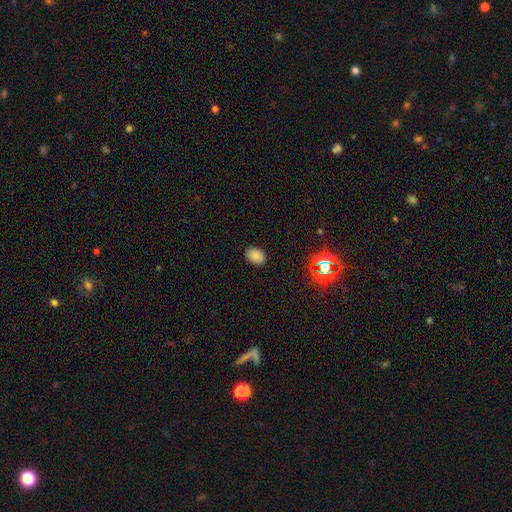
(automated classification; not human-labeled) Q: Smooth or featured?
A: smooth (82%); runner-up: star or artifact (14%)
Q: How rounded?
A: in between (75%); runner-up: round (24%)
Q: Merging?
A: none (87%); runner-up: minor disturbance (10%)